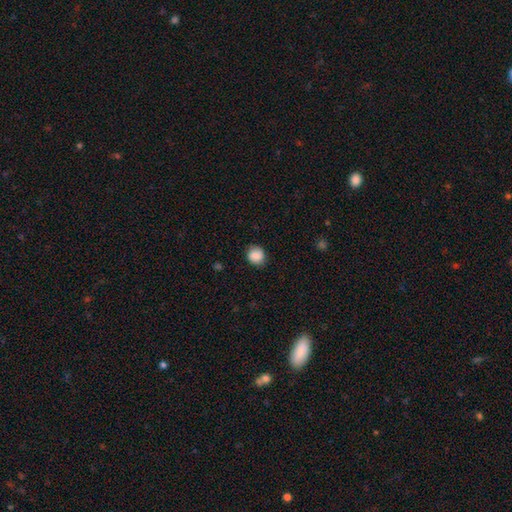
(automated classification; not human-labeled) This appears to be a smooth galaxy with no disk features (87%) that is round (80%). Merging: none (83%).